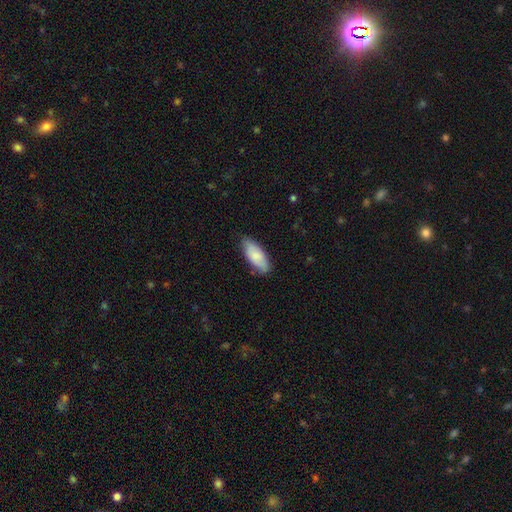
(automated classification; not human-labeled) Smooth or featured?
  - smooth: 82% *
  - featured or disk: 12%
  - star or artifact: 5%
How rounded?
  - in between: 81% *
  - cigar-shaped: 17%
  - round: 2%
Merging?
  - none: 80% *
  - minor disturbance: 17%
  - major disturbance: 3%
  - merger: 1%